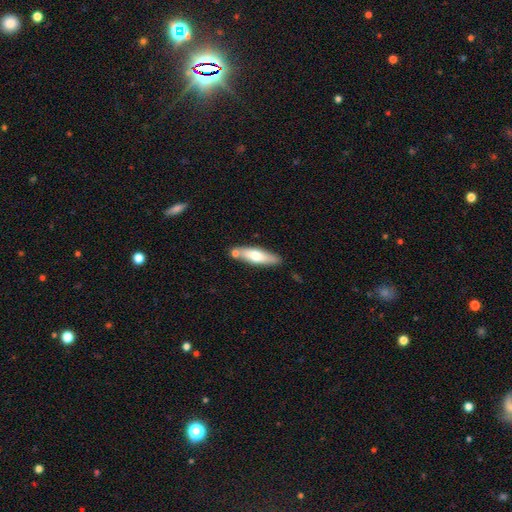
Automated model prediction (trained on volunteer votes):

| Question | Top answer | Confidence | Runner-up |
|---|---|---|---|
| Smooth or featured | smooth | 63% | featured or disk (32%) |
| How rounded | cigar-shaped | 61% | in between (37%) |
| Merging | none | 72% | minor disturbance (13%) |